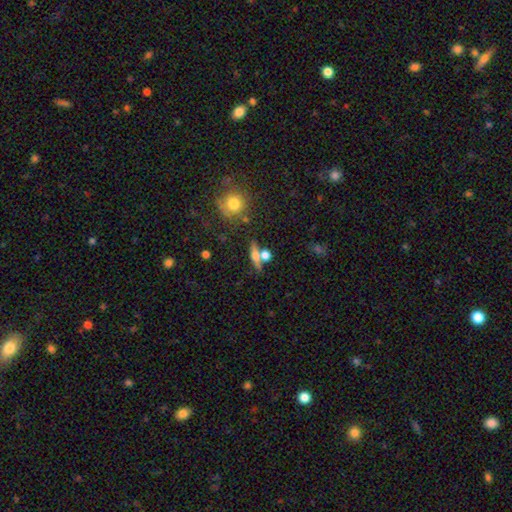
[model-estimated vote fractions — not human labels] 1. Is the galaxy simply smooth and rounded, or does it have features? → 45% featured or disk, 44% smooth, 11% star or artifact.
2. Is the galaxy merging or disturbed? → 63% none, 22% merger, 10% minor disturbance, 5% major disturbance.